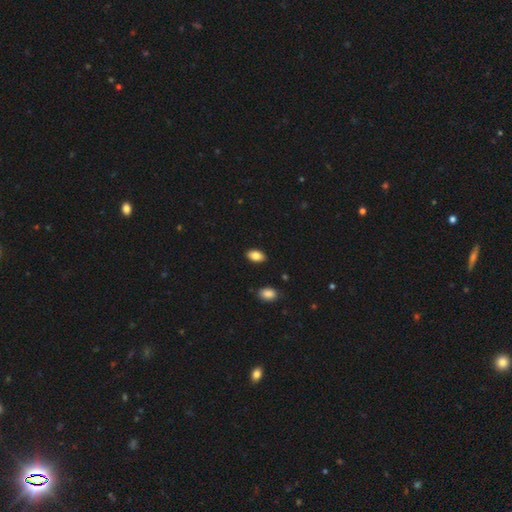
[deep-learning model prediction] Smooth or featured: smooth — 84% (featured or disk — 8%)
How rounded: in between — 92% (round — 6%)
Merging: none — 88% (minor disturbance — 8%)